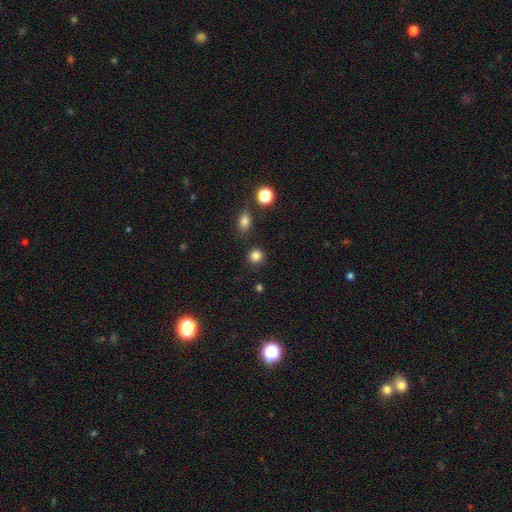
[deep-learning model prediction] This appears to be a smooth galaxy with no disk features (84%) that is round (90%). Merging: none (88%).